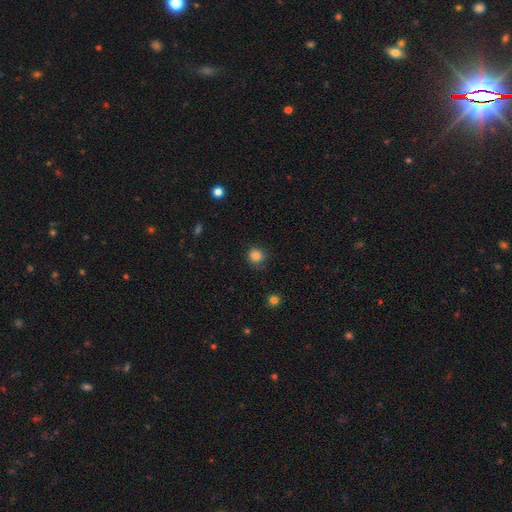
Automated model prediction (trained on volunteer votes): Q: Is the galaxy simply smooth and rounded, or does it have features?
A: smooth — 84%.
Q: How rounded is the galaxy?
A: round — 89%.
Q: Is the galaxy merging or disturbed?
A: none — 78%.